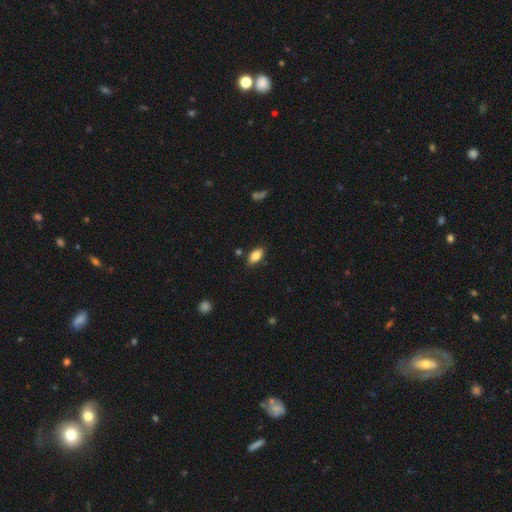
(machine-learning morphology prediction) Smooth or featured? smooth (80%)
How rounded? in between (88%)
Merging? none (83%)